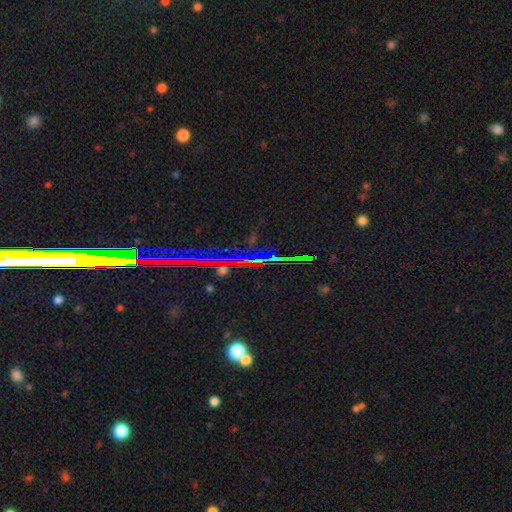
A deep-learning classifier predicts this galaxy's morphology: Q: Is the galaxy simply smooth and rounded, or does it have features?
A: star or artifact — 79%.